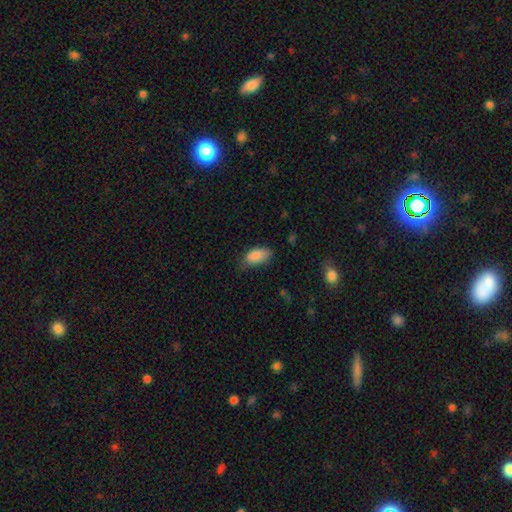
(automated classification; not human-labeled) Smooth or featured? smooth (87%)
How rounded? in between (92%)
Merging? none (60%)